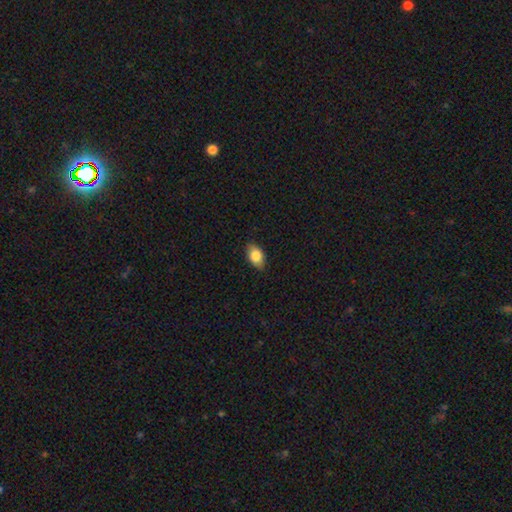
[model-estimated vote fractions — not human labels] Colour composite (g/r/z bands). It shows a smooth galaxy with no disk features (83%) that is in between round and cigar-shaped (88%). Merging: none (84%).